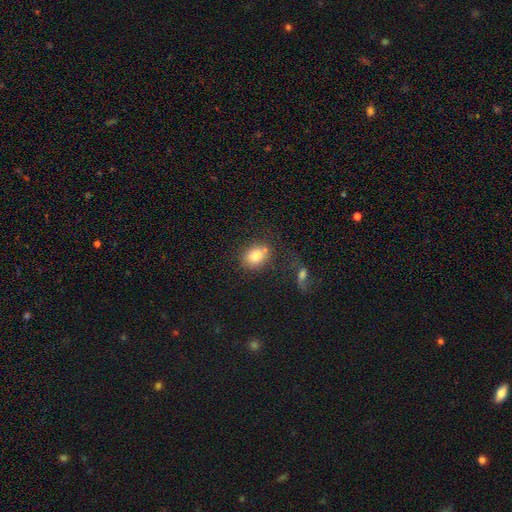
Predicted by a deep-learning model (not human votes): smooth-or-featured: smooth: 81% | featured or disk: 10% | star or artifact: 9%
  how-rounded: in between: 52% | round: 47% | cigar-shaped: 1%
  merging: none: 66% | minor disturbance: 15% | merger: 14% | major disturbance: 6%